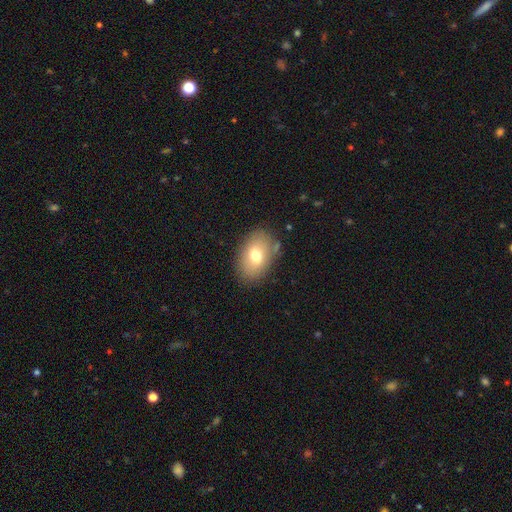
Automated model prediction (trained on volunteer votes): Overall: smooth (71%). How rounded: in between (84%). Merging: none (79%).